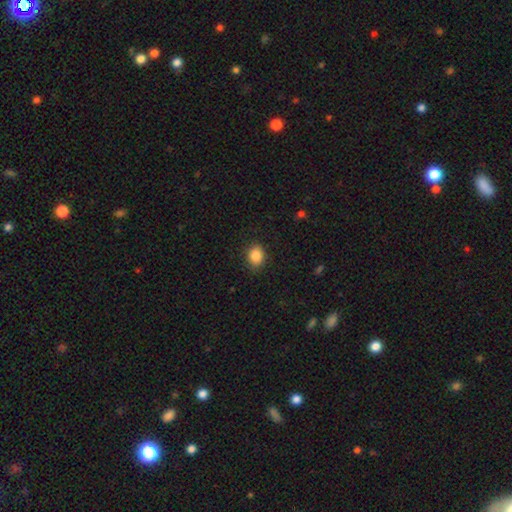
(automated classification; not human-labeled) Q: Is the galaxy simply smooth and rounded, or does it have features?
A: smooth — 87%.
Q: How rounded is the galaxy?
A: in between — 53%.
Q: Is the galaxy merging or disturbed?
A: none — 86%.